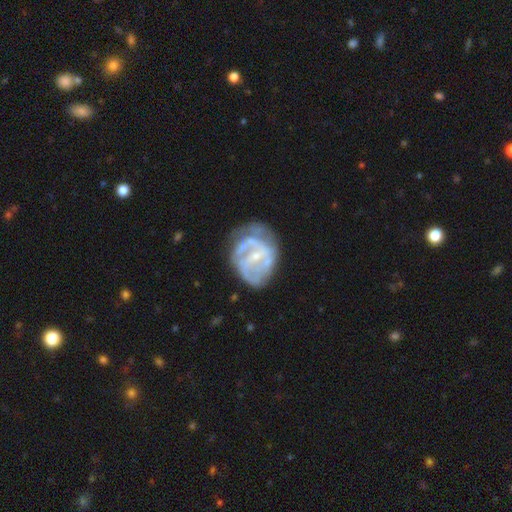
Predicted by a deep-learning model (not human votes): Morphology: type=featured or disk (78%); edge-on=no (98%); bar=weak (45%); spiral arms=yes (70%); winding=medium (41%); arm count=can't tell (37%); bulge=small (70%); merging=none (43%).